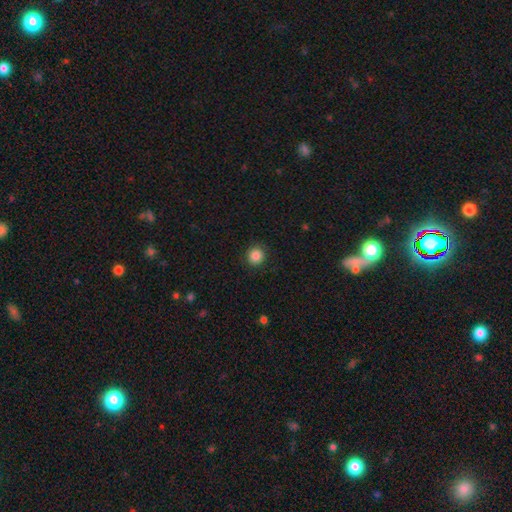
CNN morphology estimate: Smooth or featured? Predicted: smooth (p=0.87). How rounded? Predicted: round (p=0.93). Merging? Predicted: none (p=0.91).